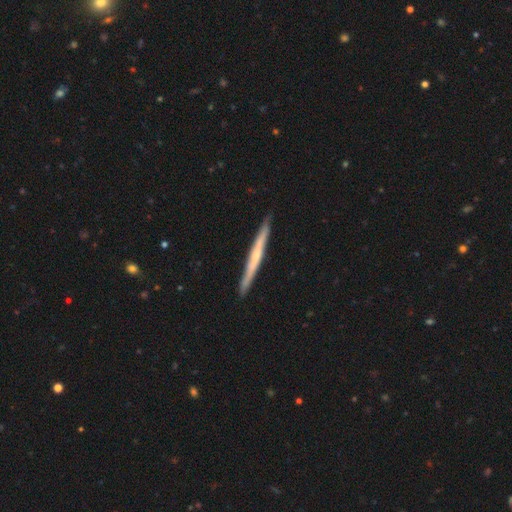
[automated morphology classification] Smooth or featured? Predicted: featured or disk (p=0.60). Edge-on disk? Predicted: yes (p=0.96). Edge-on bulge? Predicted: none (p=0.60). Merging? Predicted: none (p=0.91).